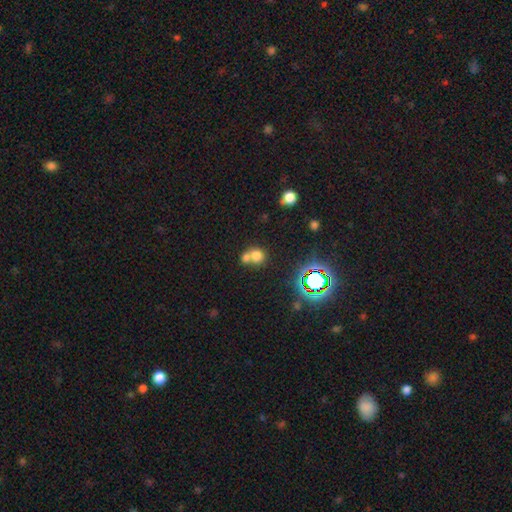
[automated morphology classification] Smooth or featured: smooth — 70% (star or artifact — 18%)
How rounded: round — 79% (in between — 20%)
Merging: merger — 55% (none — 36%)